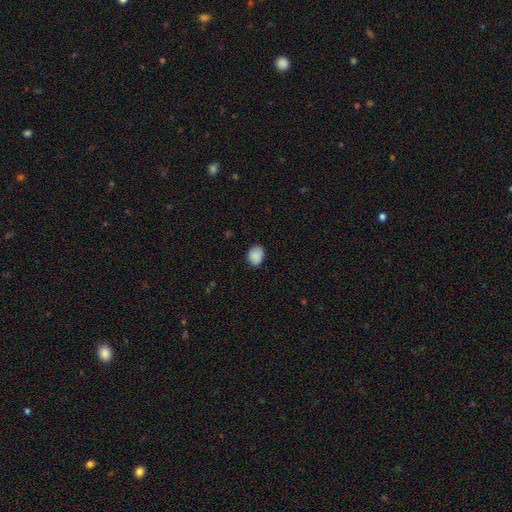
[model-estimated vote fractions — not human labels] Smooth or featured?
  - smooth: 89% *
  - star or artifact: 8%
  - featured or disk: 3%
How rounded?
  - in between: 55% *
  - round: 45%
  - cigar-shaped: 1%
Merging?
  - none: 83% *
  - minor disturbance: 14%
  - major disturbance: 2%
  - merger: 1%